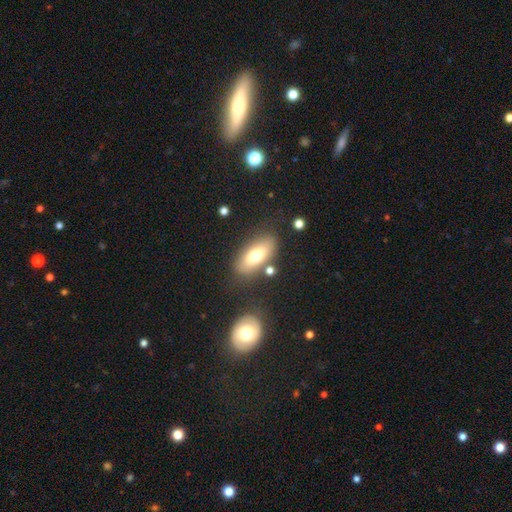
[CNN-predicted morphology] This is likely a smooth galaxy (71%). How rounded: clearly in between (83%). Merging: likely none (77%).